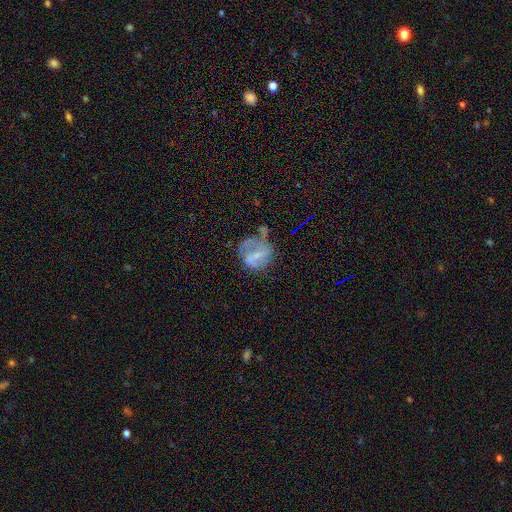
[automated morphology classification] A featured or disk galaxy (52%) with no bar (46%), spiral arms (54%) and a small central bulge (48%).

Vote fractions:
- Smooth or featured? featured or disk: 52% / smooth: 38% / star or artifact: 11%
- Edge-on disk? no: 97% / yes: 3%
- Bar? no: 46% / weak: 41% / strong: 13%
- Spiral arms? yes: 54% / no: 46%
- Bulge size? small: 48% / moderate: 26% / none: 22% / large: 3% / dominant: 1%
- Merging? none: 37% / major disturbance: 27% / minor disturbance: 24% / merger: 11%